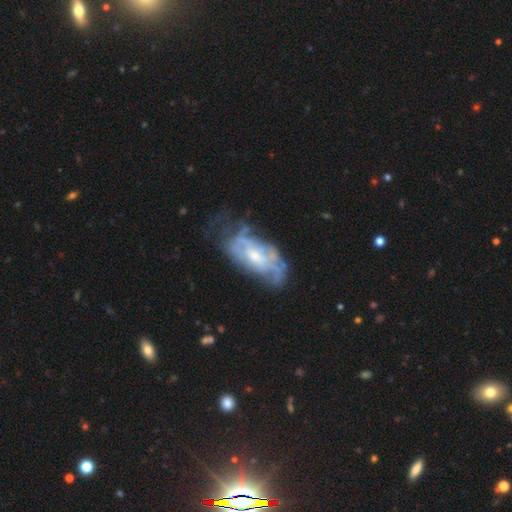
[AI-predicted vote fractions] smooth-or-featured: featured or disk: 70% | smooth: 23% | star or artifact: 7%
  disk-edge-on: no: 92% | yes: 8%
    bar: no: 65% | weak: 29% | strong: 6%
    has-spiral-arms: yes: 63% | no: 37%
    bulge-size: moderate: 46% | small: 43% | none: 5% | large: 5% | dominant: 1%
  merging: none: 44% | minor disturbance: 28% | major disturbance: 24% | merger: 4%